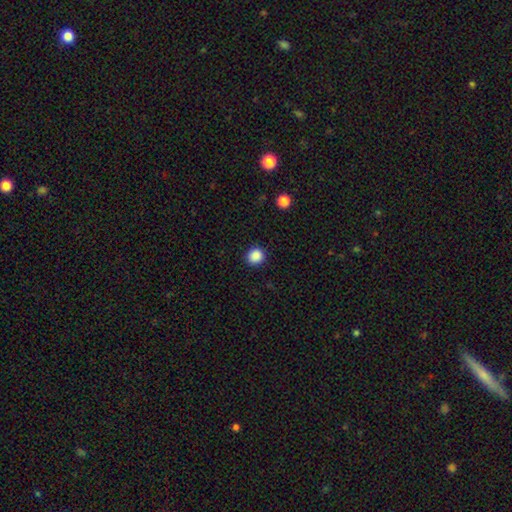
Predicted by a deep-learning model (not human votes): Smooth or featured: smooth — 88% (star or artifact — 10%)
How rounded: round — 88% (in between — 11%)
Merging: none — 91% (minor disturbance — 6%)